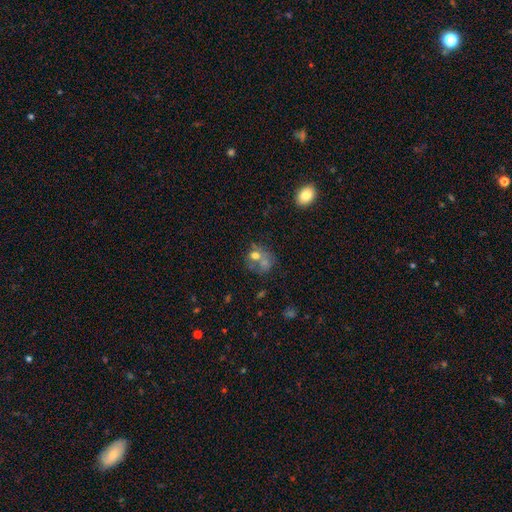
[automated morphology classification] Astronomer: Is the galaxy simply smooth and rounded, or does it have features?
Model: smooth — 56%.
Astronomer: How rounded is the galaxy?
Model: round — 67%.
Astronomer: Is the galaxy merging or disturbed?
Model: merger — 41% (runner-up: none, 37%).